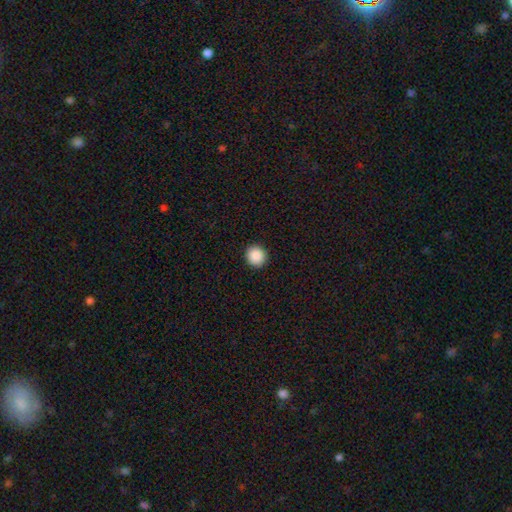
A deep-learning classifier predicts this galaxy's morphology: smooth-or-featured: smooth: 89% | star or artifact: 9% | featured or disk: 2%
  how-rounded: round: 90% | in between: 9% | cigar-shaped: 1%
  merging: none: 93% | minor disturbance: 5% | major disturbance: 2% | merger: 1%